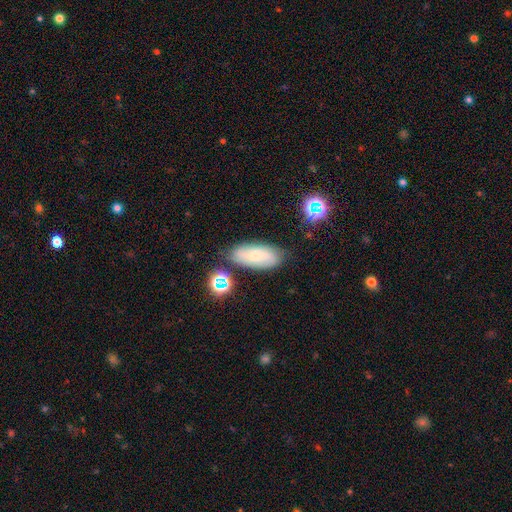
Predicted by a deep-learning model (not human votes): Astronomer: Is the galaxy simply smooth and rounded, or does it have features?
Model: smooth — 62%.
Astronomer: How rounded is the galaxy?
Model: in between — 83%.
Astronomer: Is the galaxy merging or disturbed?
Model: none — 75%.